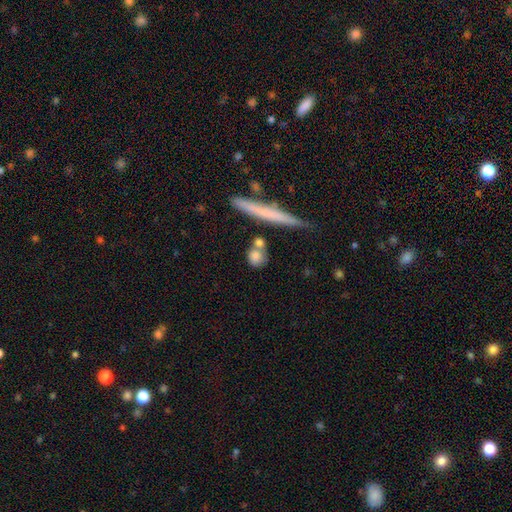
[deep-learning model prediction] A smooth galaxy with no disk features (76%) that is round (68%).

Vote fractions:
- Smooth or featured? smooth: 76% / featured or disk: 16% / star or artifact: 8%
- How rounded? round: 68% / in between: 18% / cigar-shaped: 14%
- Merging? none: 62% / merger: 20% / minor disturbance: 13% / major disturbance: 5%